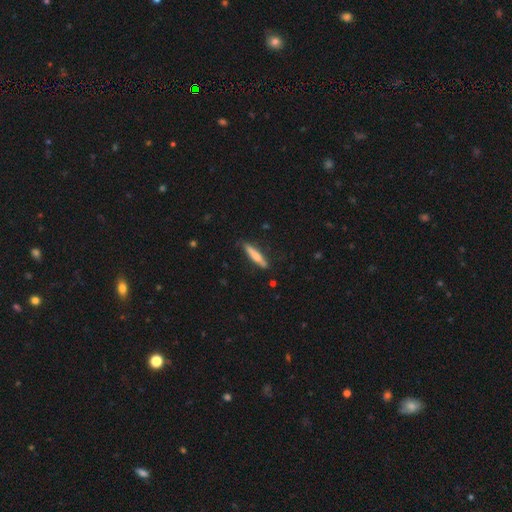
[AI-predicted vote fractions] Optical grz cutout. It shows a smooth galaxy with no disk features (62%) that is cigar-shaped (91%). Merging: none (82%).